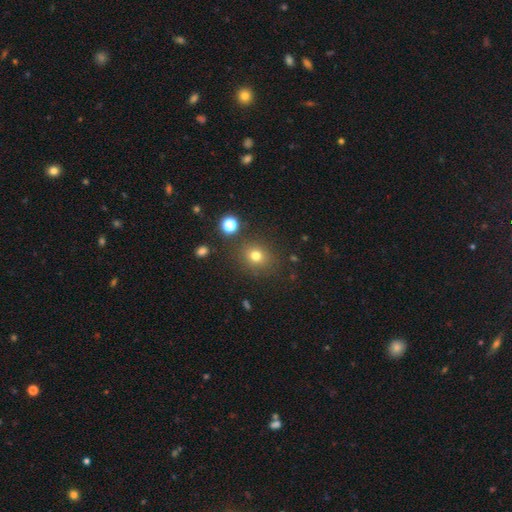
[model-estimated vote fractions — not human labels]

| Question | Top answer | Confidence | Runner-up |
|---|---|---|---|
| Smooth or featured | smooth | 75% | star or artifact (17%) |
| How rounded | round | 75% | in between (24%) |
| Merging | none | 83% | minor disturbance (10%) |